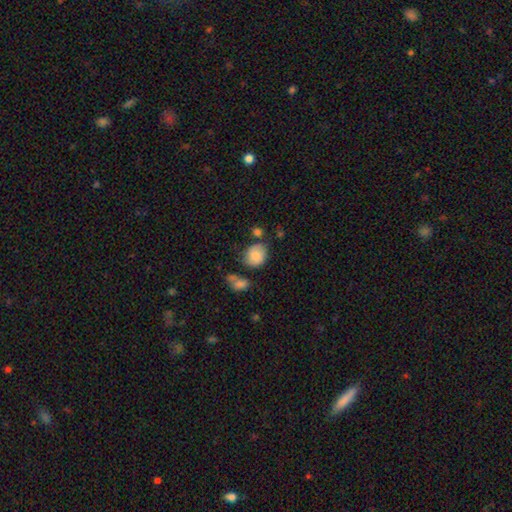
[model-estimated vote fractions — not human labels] Smooth or featured? Predicted: smooth (p=0.80). How rounded? Predicted: round (p=0.63). Merging? Predicted: none (p=0.62).